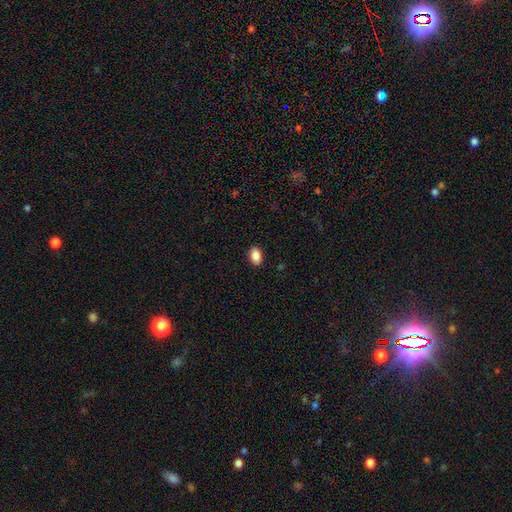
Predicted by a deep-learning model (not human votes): smooth_or_featured: smooth (p=0.89) [alt: star or artifact p=0.08]
how_rounded: in between (p=0.88) [alt: round p=0.10]
merging: none (p=0.90) [alt: minor disturbance p=0.07]